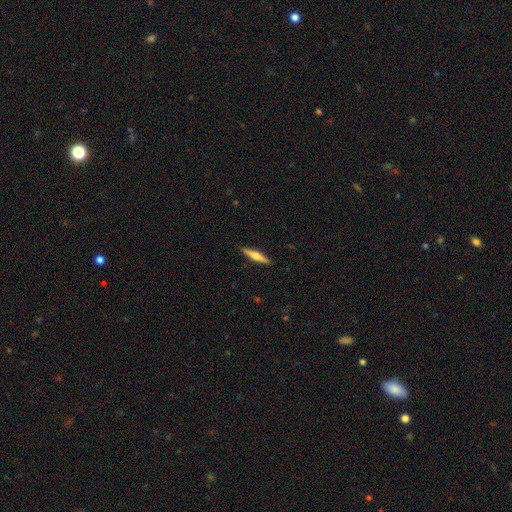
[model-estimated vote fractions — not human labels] This is possibly a featured or disk galaxy (50%). Merging: clearly none (91%).